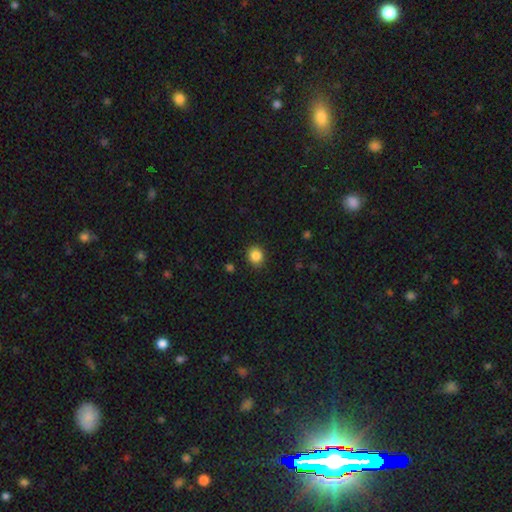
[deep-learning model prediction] Smooth or featured: smooth — 86% (star or artifact — 10%)
How rounded: round — 74% (in between — 25%)
Merging: none — 89% (minor disturbance — 8%)